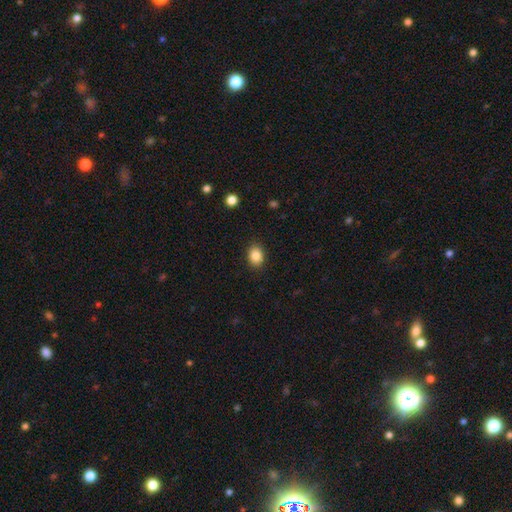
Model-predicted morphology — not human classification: A smooth galaxy with no disk features (86%) that is in between round and cigar-shaped (65%). Merging: none (88%).